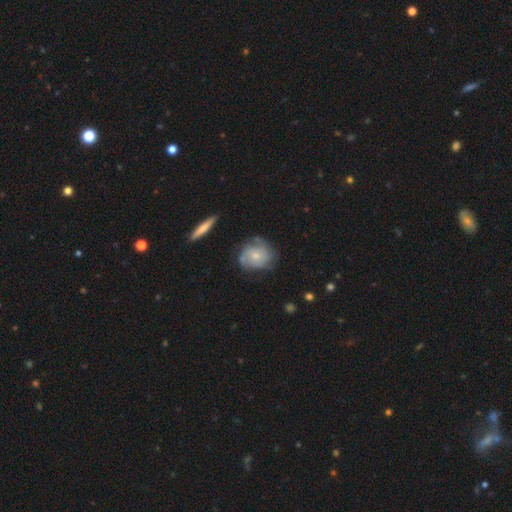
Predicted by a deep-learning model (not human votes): Morphology: type=featured or disk (55%); edge-on=no (96%); bar=no (80%); spiral arms=yes (80%); bulge=small (67%); merging=none (62%).